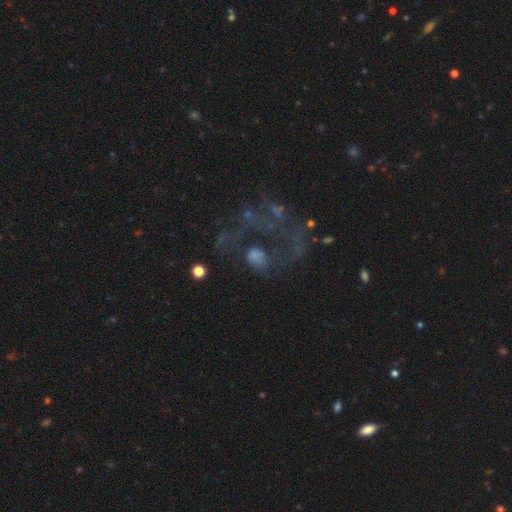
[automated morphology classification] A featured or disk galaxy (47%). Merging: major disturbance (42%).